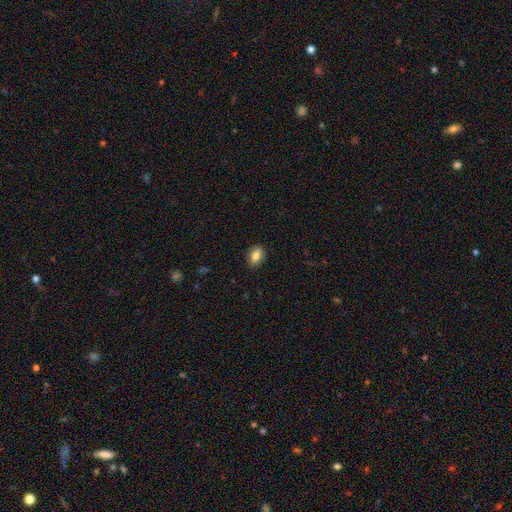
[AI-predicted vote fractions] Morphology: type=smooth (82%); roundness=in between (82%); merging=none (87%).